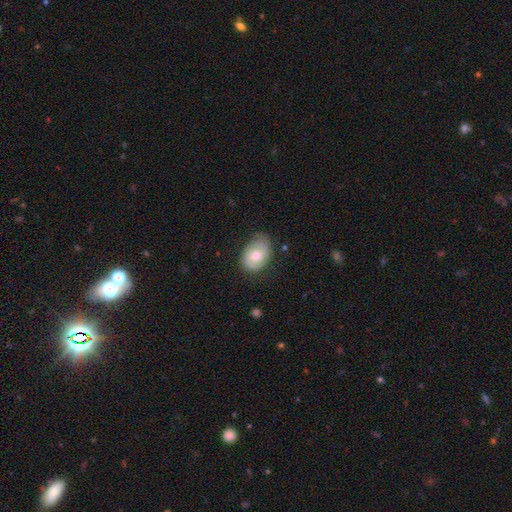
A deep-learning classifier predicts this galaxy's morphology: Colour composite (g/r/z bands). It shows a smooth galaxy with no disk features (66%) that is in between round and cigar-shaped (77%). Merging: none (67%).